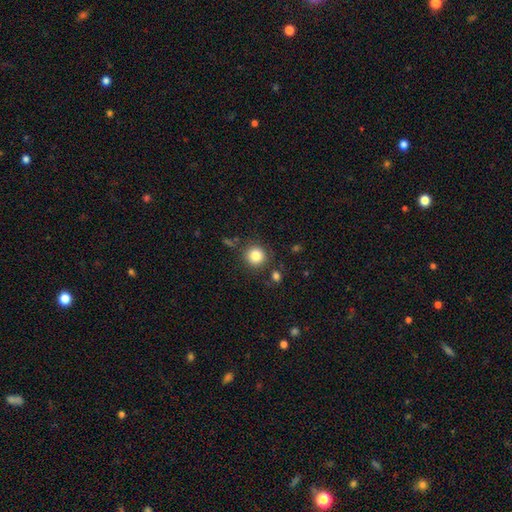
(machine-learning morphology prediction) Smooth or featured: smooth — 83% (star or artifact — 11%)
How rounded: round — 93% (in between — 6%)
Merging: none — 84% (minor disturbance — 8%)